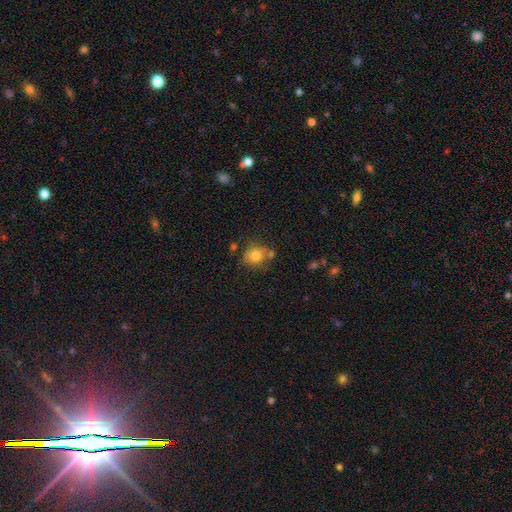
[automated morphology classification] A smooth galaxy with no disk features (78%) that is round (80%). Merging: none (65%).